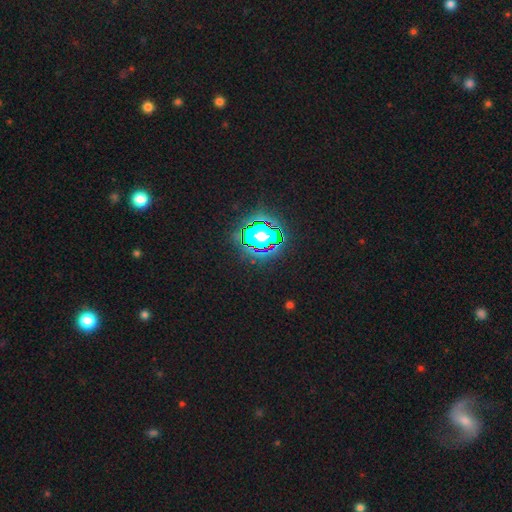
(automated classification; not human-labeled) star or artifact 79%, smooth 12%, featured or disk 9%.